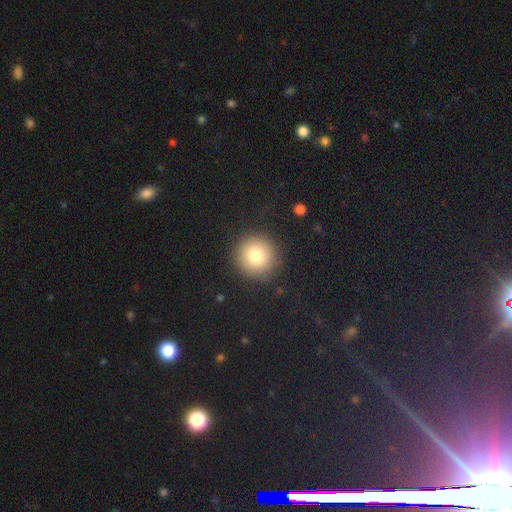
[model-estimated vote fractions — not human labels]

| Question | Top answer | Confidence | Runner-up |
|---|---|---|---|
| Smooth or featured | smooth | 77% | star or artifact (12%) |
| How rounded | round | 95% | in between (4%) |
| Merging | none | 90% | minor disturbance (6%) |